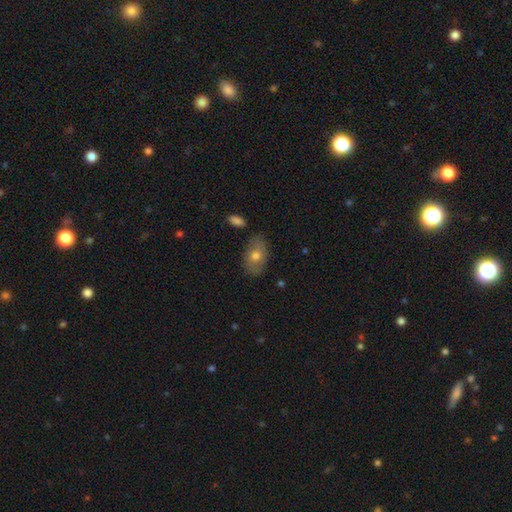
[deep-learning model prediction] smooth-or-featured: smooth: 70% | featured or disk: 23% | star or artifact: 7%
  how-rounded: in between: 89% | round: 9% | cigar-shaped: 2%
  merging: none: 79% | minor disturbance: 15% | major disturbance: 3% | merger: 3%